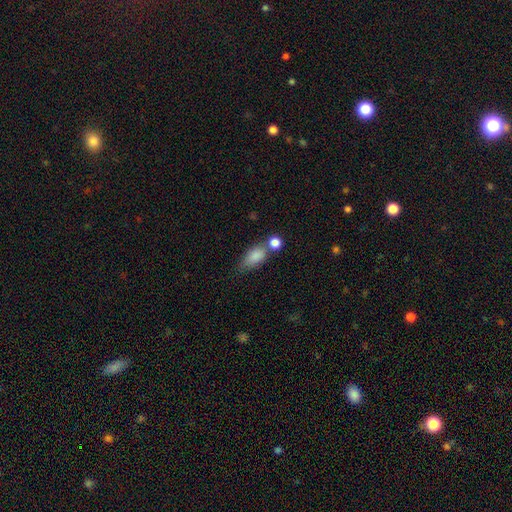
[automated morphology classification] A smooth galaxy with no disk features (82%) that is in between round and cigar-shaped (80%).

Vote fractions:
- Smooth or featured? smooth: 82% / featured or disk: 10% / star or artifact: 9%
- How rounded? in between: 80% / cigar-shaped: 11% / round: 10%
- Merging? none: 43% / merger: 30% / minor disturbance: 19% / major disturbance: 8%